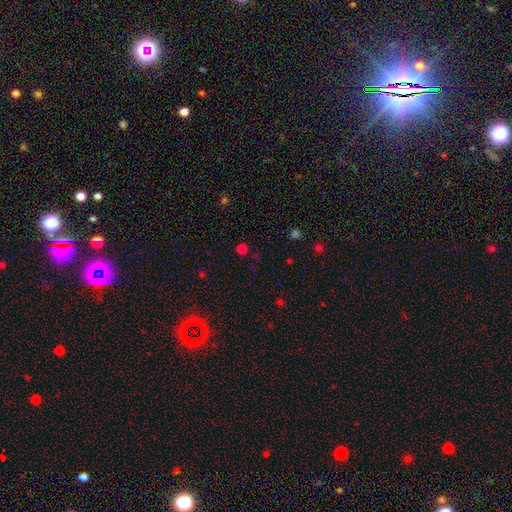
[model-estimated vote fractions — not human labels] The model was most divided on "smooth or featured": smooth: 56%, star or artifact: 39%, featured or disk: 5%. More confident: how rounded — round (87%); merging — none (84%).